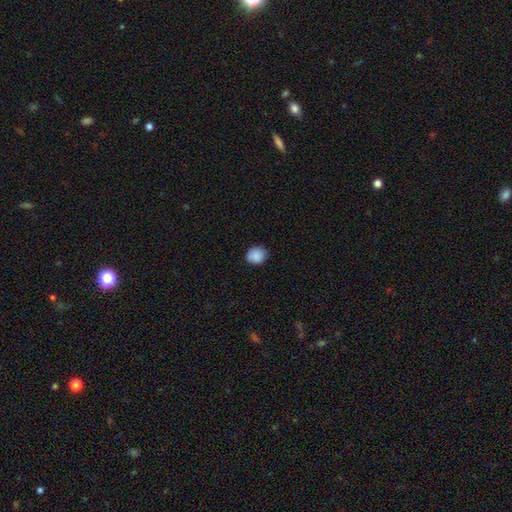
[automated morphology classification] This appears to be a smooth galaxy with no disk features (88%) that is round (80%). Merging: none (82%).